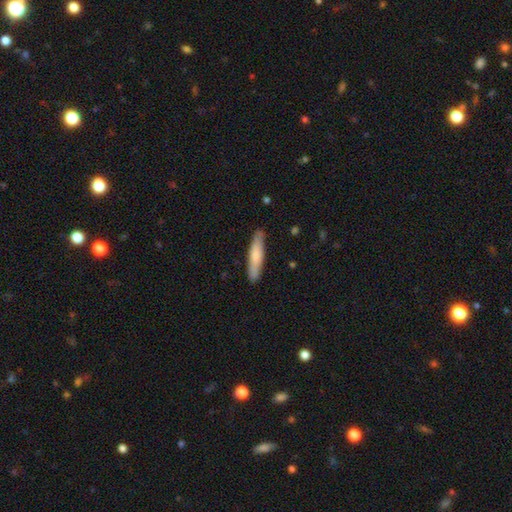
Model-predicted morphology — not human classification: Smooth or featured? smooth (72%)
How rounded? cigar-shaped (86%)
Merging? none (87%)